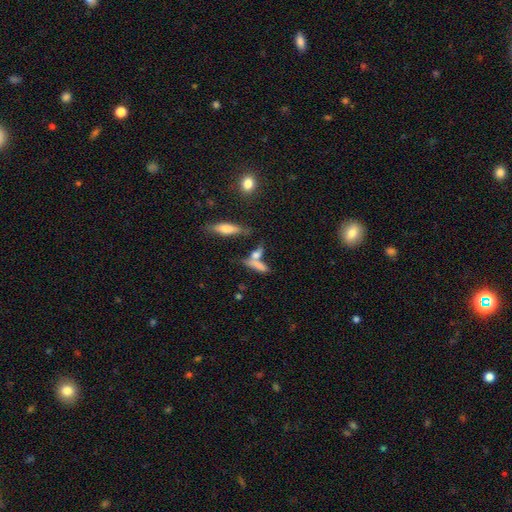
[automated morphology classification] This appears to be a smooth galaxy with no disk features (68%) that is cigar-shaped (56%). Merging: none (41%).